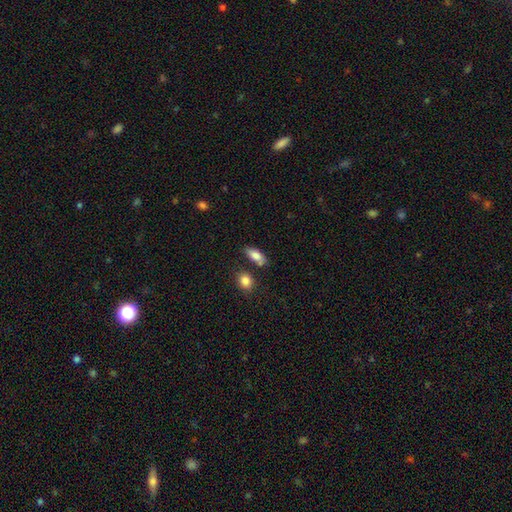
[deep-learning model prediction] A smooth galaxy with no disk features (80%) that is in between round and cigar-shaped (82%). Merging: none (70%).